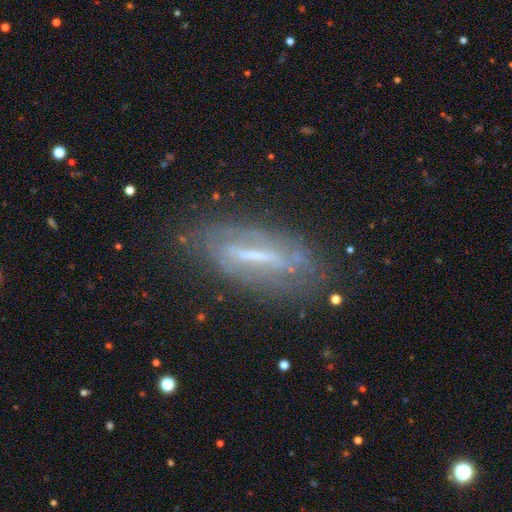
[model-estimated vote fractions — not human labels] This is likely a featured or disk galaxy (69%). It is possibly not viewed edge-on (57%). Merging: likely none (73%).